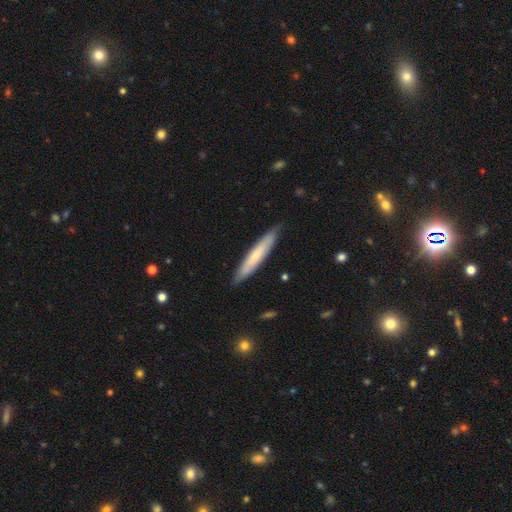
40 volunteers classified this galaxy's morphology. Volunteers were most divided on "smooth or featured": smooth: 48%, featured or disk: 45%, star or artifact: 8%. More confident: how rounded — cigar-shaped (89%); merging — none (81%).